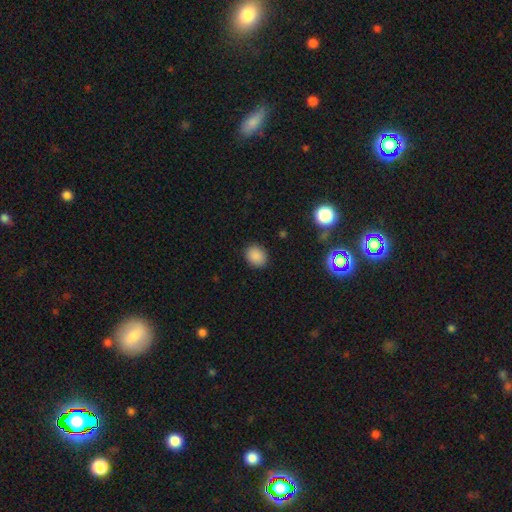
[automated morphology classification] Overall: smooth (87%). How rounded: round (63%; in between 36%). Merging: none (88%).